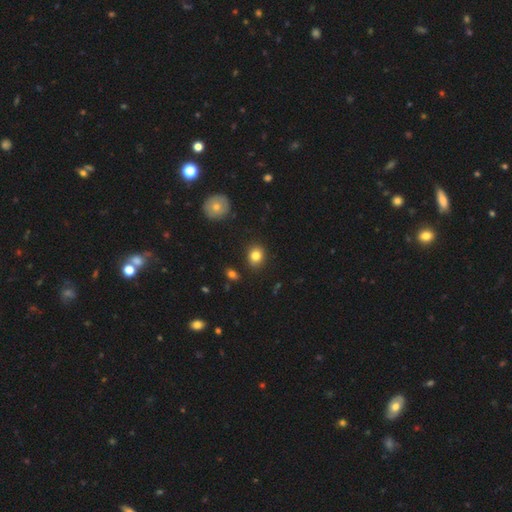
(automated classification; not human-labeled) This appears to be a smooth galaxy with no disk features (83%) that is round (60%). Merging: none (86%).